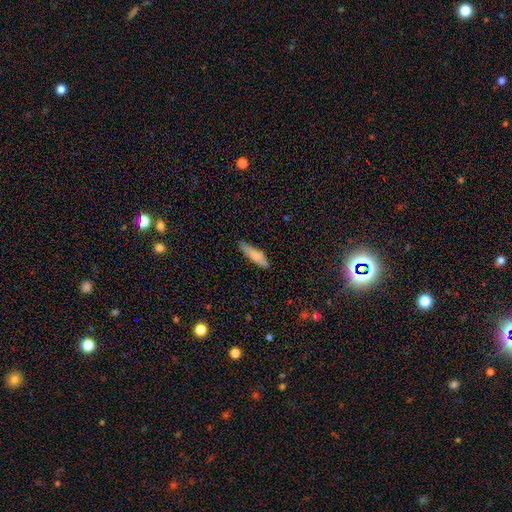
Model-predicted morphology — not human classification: smooth 71%, featured or disk 23%, star or artifact 6%. Down the decision tree: how rounded — cigar-shaped (74%); merging — none (79%).